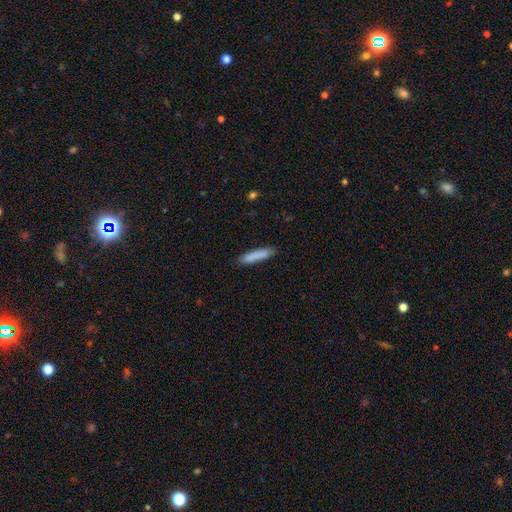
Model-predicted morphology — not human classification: The model was most divided on "merging": none: 82%, minor disturbance: 14%, major disturbance: 3%, merger: 2%. More confident: smooth or featured — smooth (85%); how rounded — cigar-shaped (83%).